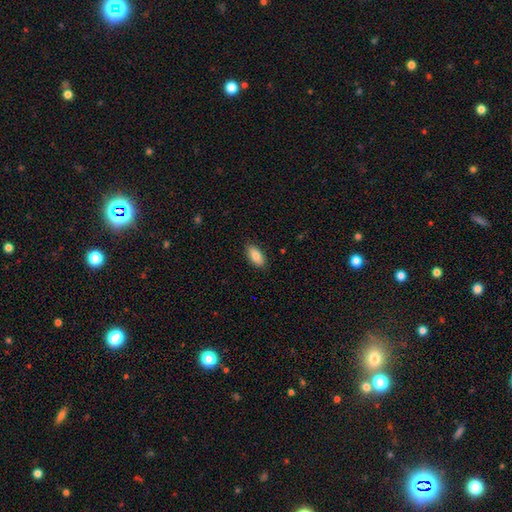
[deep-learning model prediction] A smooth galaxy with no disk features (85%) that is in between round and cigar-shaped (90%). Merging: none (87%).